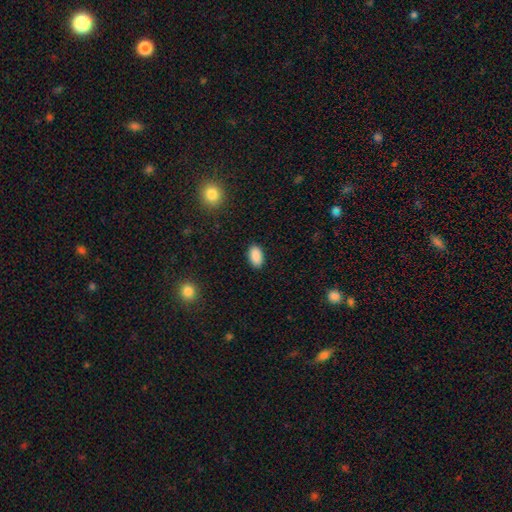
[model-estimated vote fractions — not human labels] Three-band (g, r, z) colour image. It shows a smooth galaxy with no disk features (89%) that is in between round and cigar-shaped (93%). Merging: none (88%).